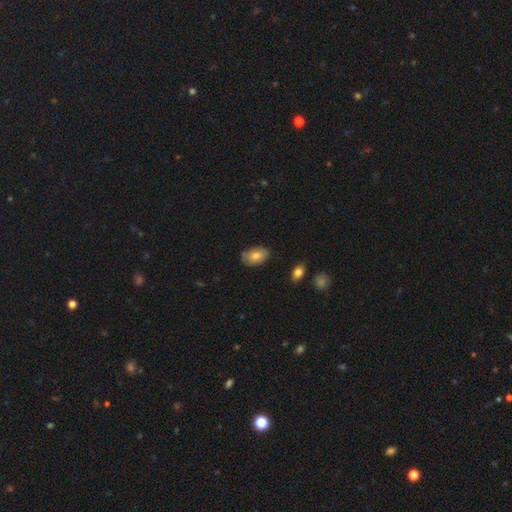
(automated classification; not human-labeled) Smooth or featured? Predicted: smooth (p=0.74). How rounded? Predicted: in between (p=0.91). Merging? Predicted: none (p=0.76).